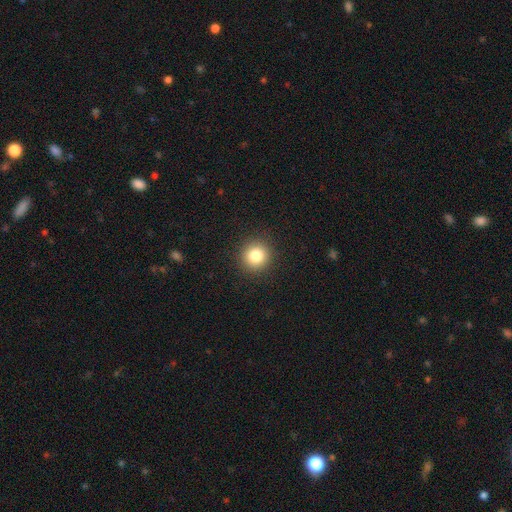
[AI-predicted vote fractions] smooth-or-featured: smooth: 82% | star or artifact: 11% | featured or disk: 7%
  how-rounded: round: 93% | in between: 6% | cigar-shaped: 1%
  merging: none: 91% | minor disturbance: 6% | major disturbance: 2% | merger: 1%